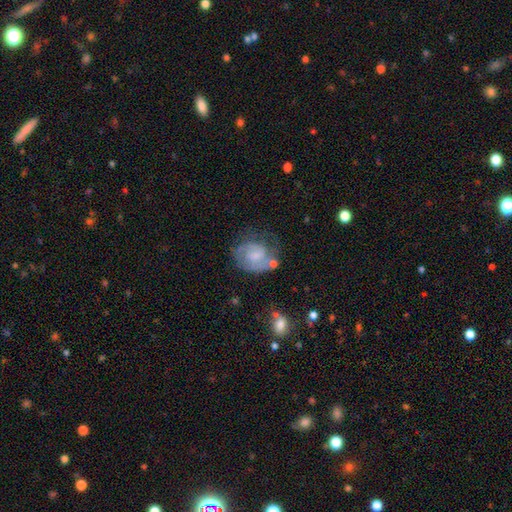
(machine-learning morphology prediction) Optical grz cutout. It shows a featured or disk galaxy (61%) with no bar (51%), spiral arms (77%) and a small central bulge (54%). Merging: none (47%).